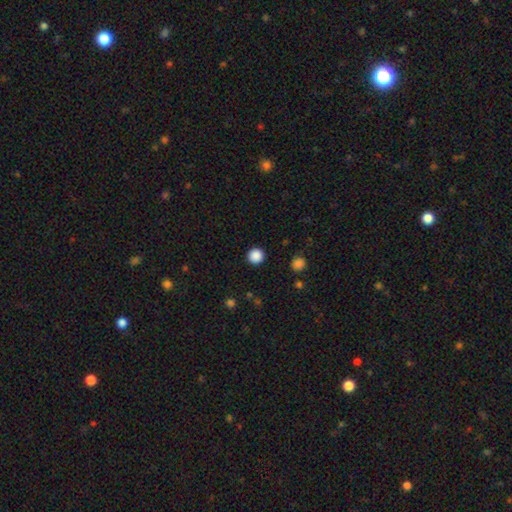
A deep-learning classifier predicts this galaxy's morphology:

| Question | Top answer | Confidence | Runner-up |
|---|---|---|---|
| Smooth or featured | smooth | 88% | star or artifact (10%) |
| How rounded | round | 96% | in between (3%) |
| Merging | none | 93% | minor disturbance (4%) |